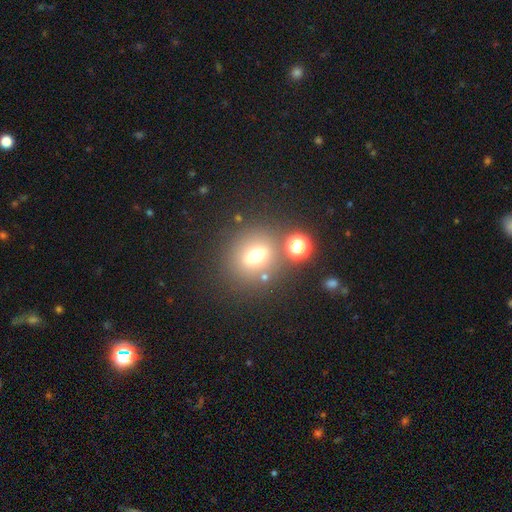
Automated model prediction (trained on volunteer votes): Smooth or featured? Predicted: smooth (p=0.61). How rounded? Predicted: round (p=0.61). Merging? Predicted: none (p=0.73).